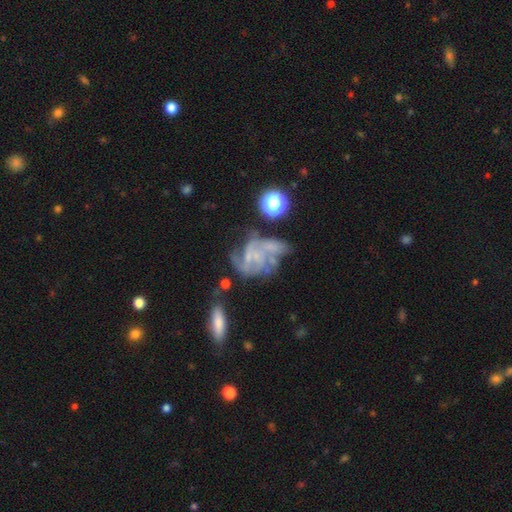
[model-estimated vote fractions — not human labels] Smooth or featured? Predicted: featured or disk (p=0.76). Edge-on disk? Predicted: no (p=0.97). Bar? Predicted: no (p=0.64). Spiral arms? Predicted: yes (p=0.83). Spiral winding? Predicted: medium (p=0.45). Spiral arm count? Predicted: 3 (p=0.29, tied with can't tell). Bulge size? Predicted: small (p=0.43, tied with none). Merging? Predicted: none (p=0.36).